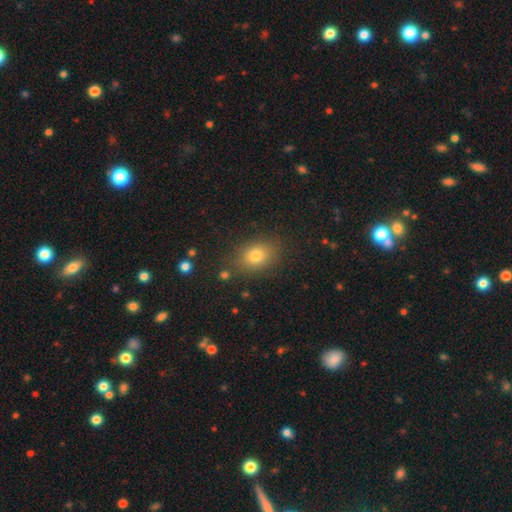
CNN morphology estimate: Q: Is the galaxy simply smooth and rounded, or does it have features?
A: smooth — 78%.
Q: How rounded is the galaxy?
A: in between — 65%.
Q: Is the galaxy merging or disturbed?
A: none — 83%.